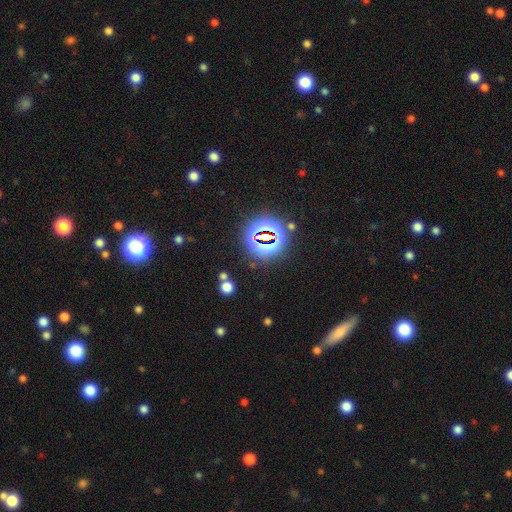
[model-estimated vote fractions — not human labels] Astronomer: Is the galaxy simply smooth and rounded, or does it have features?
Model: star or artifact — 74%.